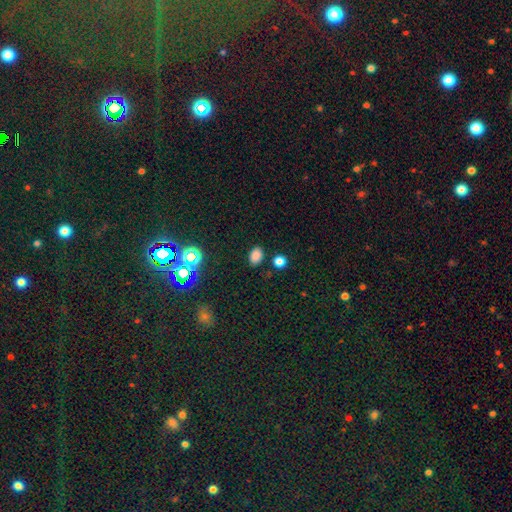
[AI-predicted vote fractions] Smooth or featured? Predicted: smooth (p=0.78). How rounded? Predicted: in between (p=0.77). Merging? Predicted: none (p=0.84).